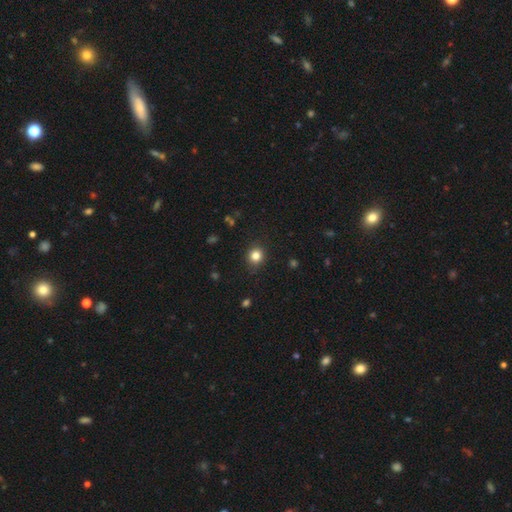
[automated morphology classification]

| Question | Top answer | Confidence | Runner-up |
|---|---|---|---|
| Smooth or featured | smooth | 82% | star or artifact (12%) |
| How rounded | round | 84% | in between (15%) |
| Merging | none | 88% | minor disturbance (8%) |